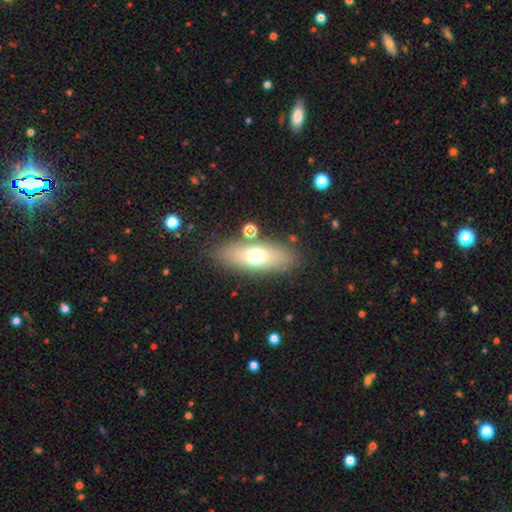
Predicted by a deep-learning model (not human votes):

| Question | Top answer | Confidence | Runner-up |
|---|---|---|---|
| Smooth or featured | smooth | 65% | featured or disk (25%) |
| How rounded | in between | 70% | cigar-shaped (25%) |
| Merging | none | 82% | minor disturbance (10%) |